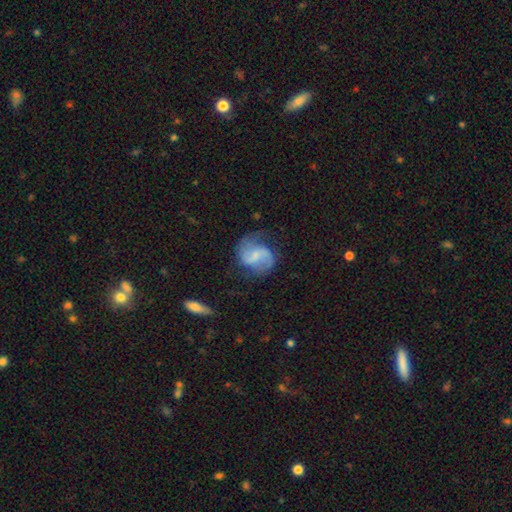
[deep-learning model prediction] featured or disk 74%, smooth 20%, star or artifact 7%. Down the decision tree: edge-on disk — no (98%); bar — weak (54%); spiral arms — yes (92%); spiral arm count — 2 (85%); spiral winding — medium (44%); bulge size — small (48%); merging — none (59%).